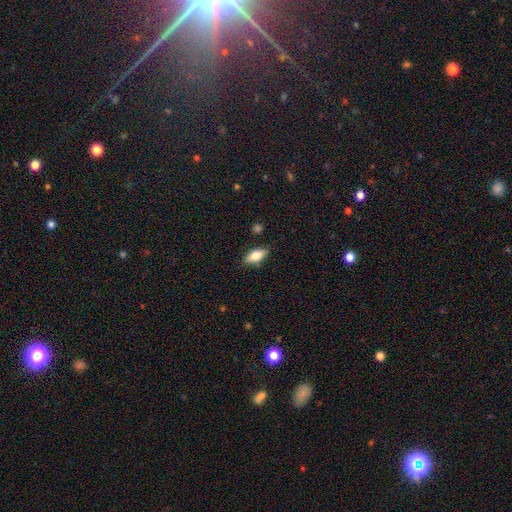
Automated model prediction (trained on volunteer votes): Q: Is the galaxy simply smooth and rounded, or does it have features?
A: smooth — 74%.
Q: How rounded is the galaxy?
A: in between — 82%.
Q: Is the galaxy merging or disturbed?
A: none — 83%.